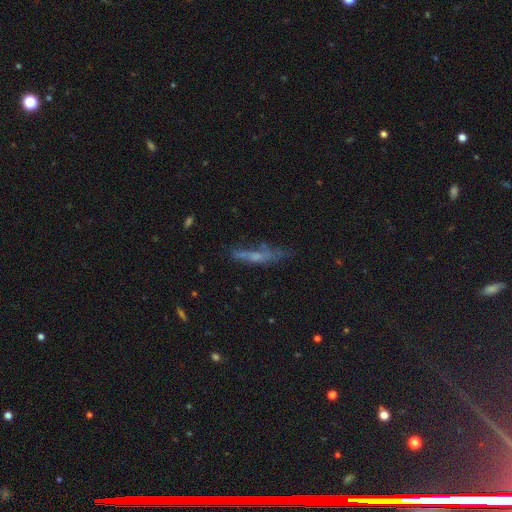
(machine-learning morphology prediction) The model was most divided on "smooth or featured": featured or disk: 44%, smooth: 42%, star or artifact: 14%. More confident: merging — none (54%).